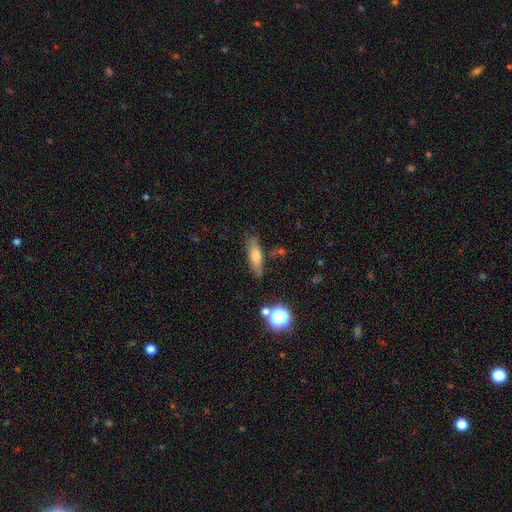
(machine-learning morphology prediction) A smooth galaxy with no disk features (62%) that is cigar-shaped (53%).

Vote fractions:
- Smooth or featured? smooth: 62% / featured or disk: 27% / star or artifact: 10%
- How rounded? cigar-shaped: 53% / in between: 42% / round: 5%
- Merging? none: 77% / minor disturbance: 16% / major disturbance: 4% / merger: 4%